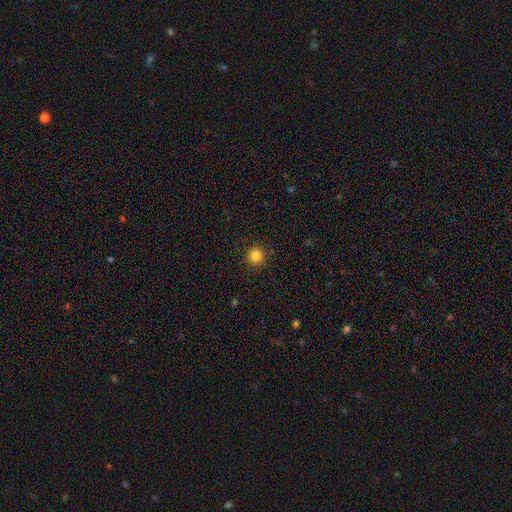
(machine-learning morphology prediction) This is clearly a smooth galaxy (83%). How rounded: clearly round (94%). Merging: clearly none (92%).